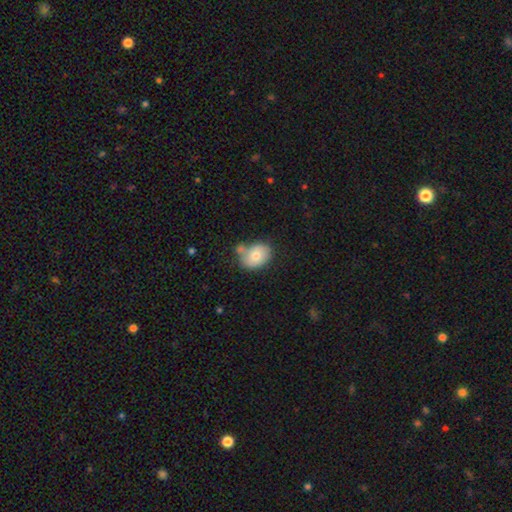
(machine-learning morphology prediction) This is likely a smooth galaxy (73%). How rounded: likely in between (64%). Merging: possibly none (53%).